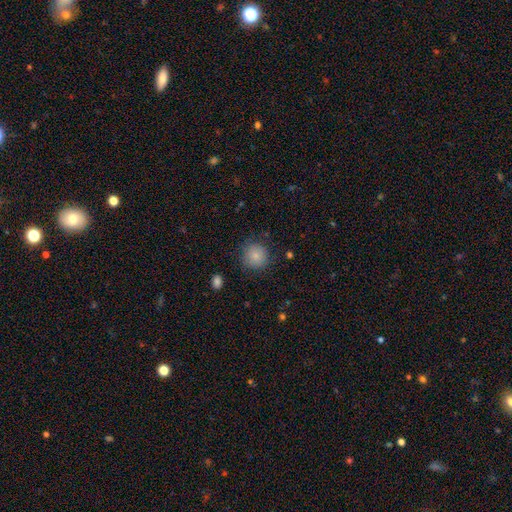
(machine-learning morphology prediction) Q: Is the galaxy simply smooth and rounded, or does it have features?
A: smooth — 84%.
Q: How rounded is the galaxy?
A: round — 91%.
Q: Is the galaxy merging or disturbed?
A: none — 83%.